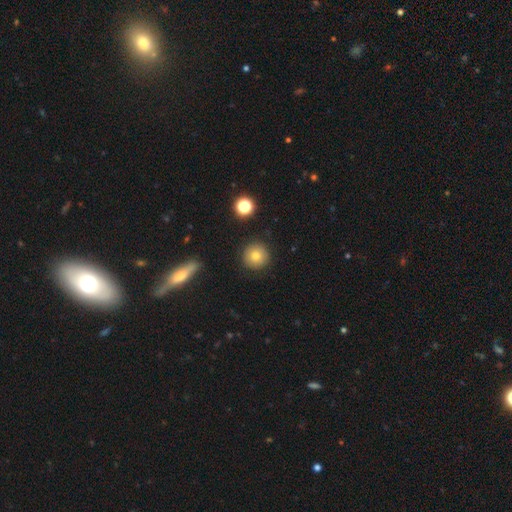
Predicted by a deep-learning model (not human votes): The model was most divided on "smooth or featured": smooth: 78%, star or artifact: 11%, featured or disk: 11%. More confident: how rounded — round (95%); merging — none (90%).